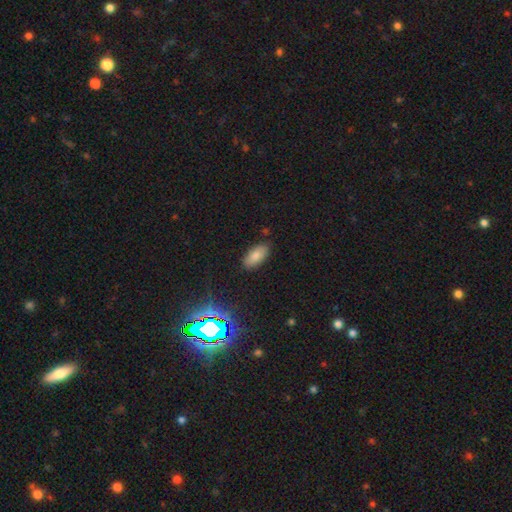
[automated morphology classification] A smooth galaxy with no disk features (80%) that is in between round and cigar-shaped (90%). Merging: none (85%).